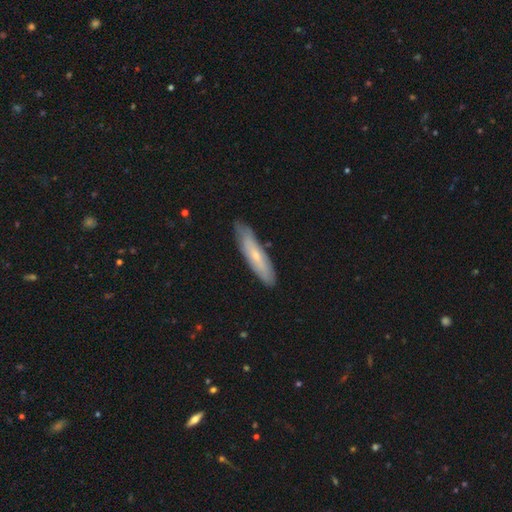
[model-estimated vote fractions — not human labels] This appears to be a smooth galaxy with no disk features (49%). Merging: none (81%).